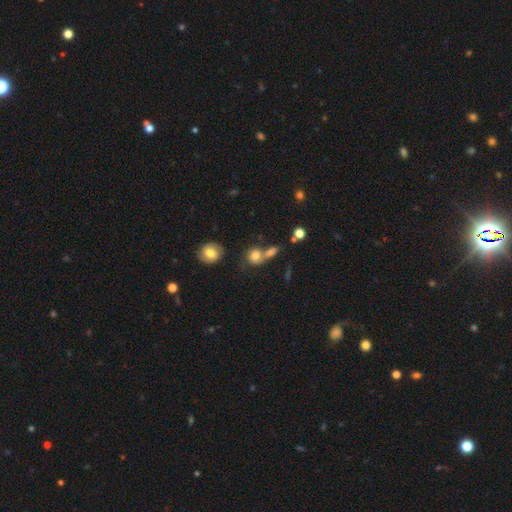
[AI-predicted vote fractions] Smooth or featured: smooth — 76% (featured or disk — 13%)
How rounded: round — 76% (in between — 22%)
Merging: none — 44% (merger — 39%)